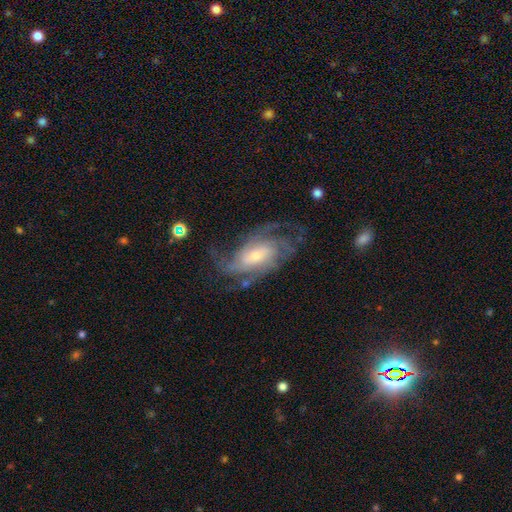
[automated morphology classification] A featured or disk galaxy (85%) with no bar (53%), 3 (26%) medium (43%) spiral arms (95%) and a small central bulge (58%).

Vote fractions:
- Smooth or featured? featured or disk: 85% / smooth: 9% / star or artifact: 6%
- Edge-on disk? no: 95% / yes: 5%
- Bar? no: 53% / weak: 35% / strong: 12%
- Spiral arms? yes: 95% / no: 5%
- Spiral winding? medium: 43% / tight: 39% / loose: 18%
- Spiral arm count? 3: 26% / can't tell: 25% / 4: 19% / 2: 18% / more than 4: 6% / 1: 5%
- Bulge size? small: 58% / moderate: 34% / large: 5% / none: 2% / dominant: 1%
- Merging? none: 61% / minor disturbance: 19% / major disturbance: 18% / merger: 2%